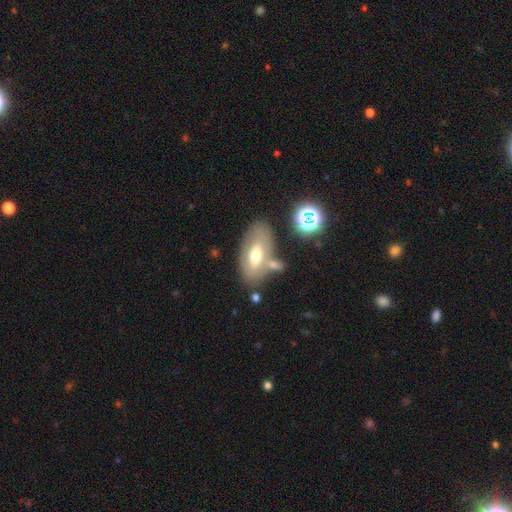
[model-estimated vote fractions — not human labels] This appears to be a smooth galaxy with no disk features (53%) that is in between round and cigar-shaped (89%). Merging: none (57%).